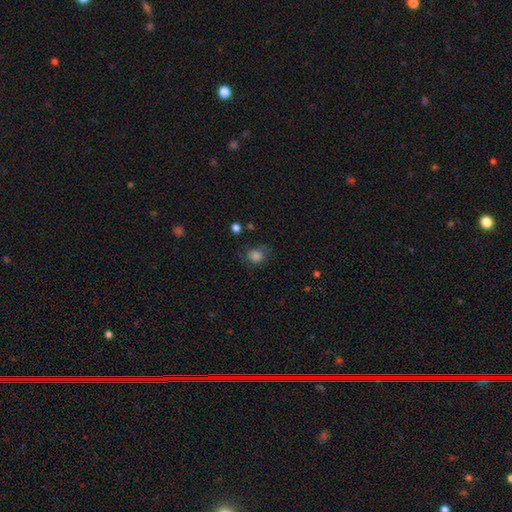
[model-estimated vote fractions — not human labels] Smooth or featured?
  - smooth: 79% *
  - star or artifact: 11%
  - featured or disk: 10%
How rounded?
  - round: 63% *
  - in between: 36%
  - cigar-shaped: 1%
Merging?
  - none: 63% *
  - minor disturbance: 23%
  - major disturbance: 12%
  - merger: 2%